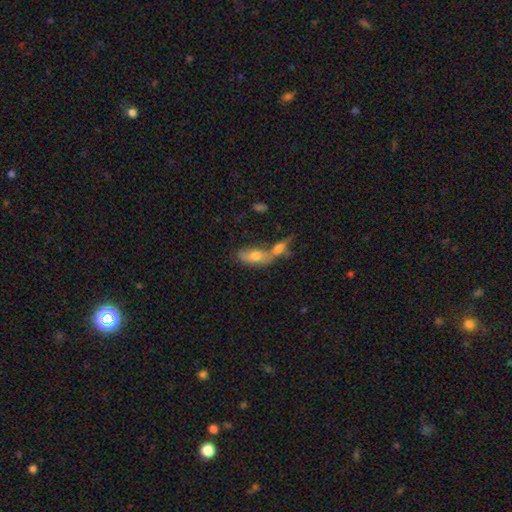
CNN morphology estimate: A smooth galaxy with no disk features (64%) that is in between round and cigar-shaped (80%).

Vote fractions:
- Smooth or featured? smooth: 64% / featured or disk: 28% / star or artifact: 9%
- How rounded? in between: 80% / cigar-shaped: 16% / round: 5%
- Merging? merger: 57% / none: 28% / minor disturbance: 10% / major disturbance: 5%